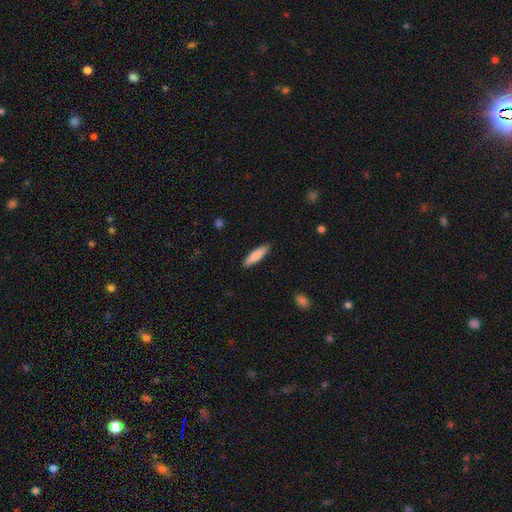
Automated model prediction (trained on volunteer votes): This appears to be a smooth galaxy with no disk features (79%) that is cigar-shaped (72%). Merging: none (89%).